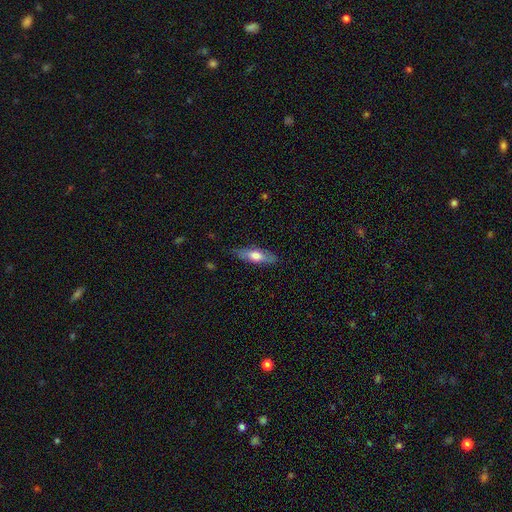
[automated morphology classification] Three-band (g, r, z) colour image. It shows a smooth galaxy with no disk features (59%) that is cigar-shaped (52%). Merging: none (82%).